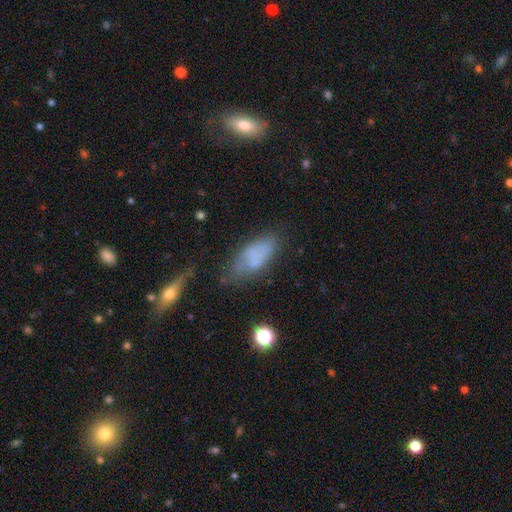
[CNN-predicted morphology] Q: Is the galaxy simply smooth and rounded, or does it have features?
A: smooth — 64%.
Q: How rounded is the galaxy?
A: in between — 85%.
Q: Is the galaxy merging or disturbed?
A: none — 50%.